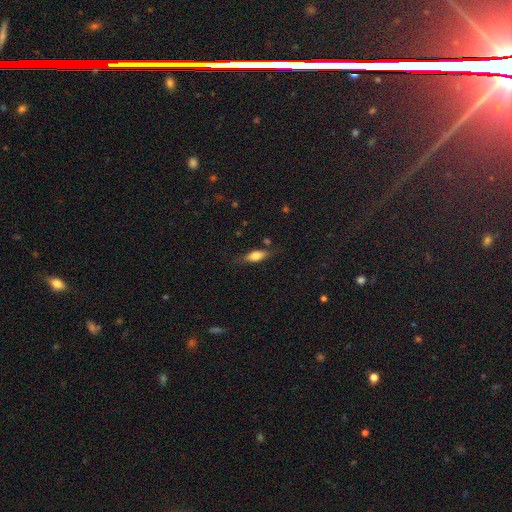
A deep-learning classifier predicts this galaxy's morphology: Smooth or featured? Predicted: smooth (p=0.68). How rounded? Predicted: in between (p=0.69). Merging? Predicted: none (p=0.70).